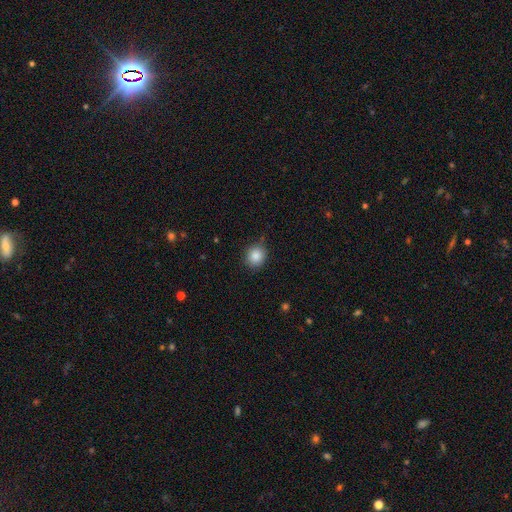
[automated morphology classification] type=smooth (86%); roundness=round (83%); merging=none (81%).